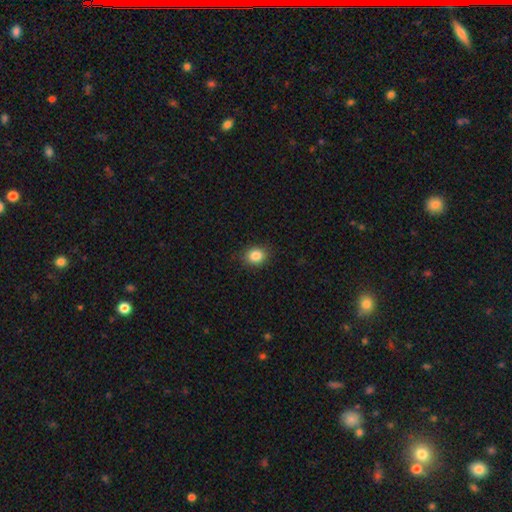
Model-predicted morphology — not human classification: Smooth or featured? Predicted: smooth (p=0.85). How rounded? Predicted: round (p=0.63). Merging? Predicted: none (p=0.88).